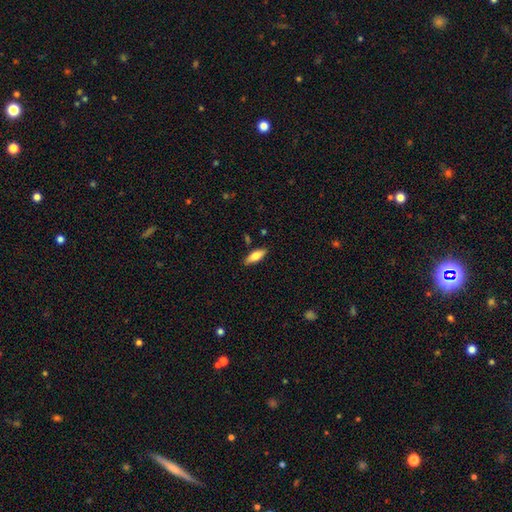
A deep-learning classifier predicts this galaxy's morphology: A smooth galaxy with no disk features (74%) that is in between round and cigar-shaped (68%).

Vote fractions:
- Smooth or featured? smooth: 74% / featured or disk: 19% / star or artifact: 6%
- How rounded? in between: 68% / cigar-shaped: 30% / round: 2%
- Merging? none: 85% / minor disturbance: 11% / merger: 2% / major disturbance: 2%